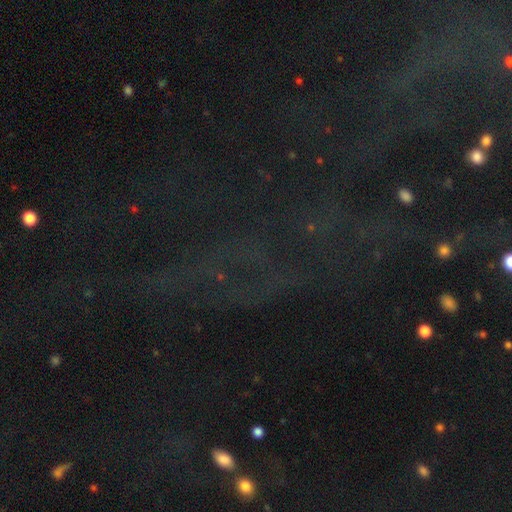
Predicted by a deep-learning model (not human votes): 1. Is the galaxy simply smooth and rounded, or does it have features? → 74% star or artifact, 14% smooth, 12% featured or disk.